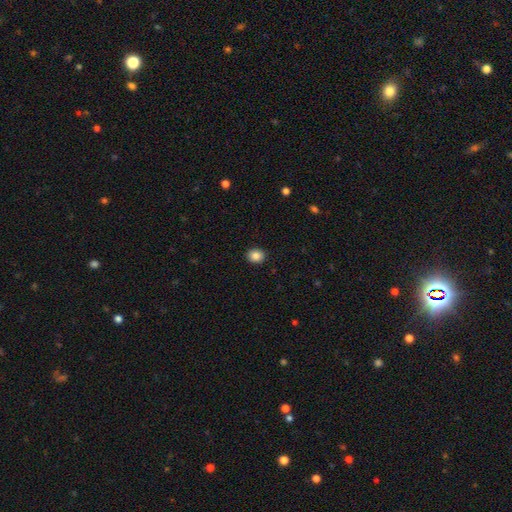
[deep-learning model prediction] Smooth or featured: smooth — 86% (star or artifact — 9%)
How rounded: round — 70% (in between — 29%)
Merging: none — 92% (minor disturbance — 6%)